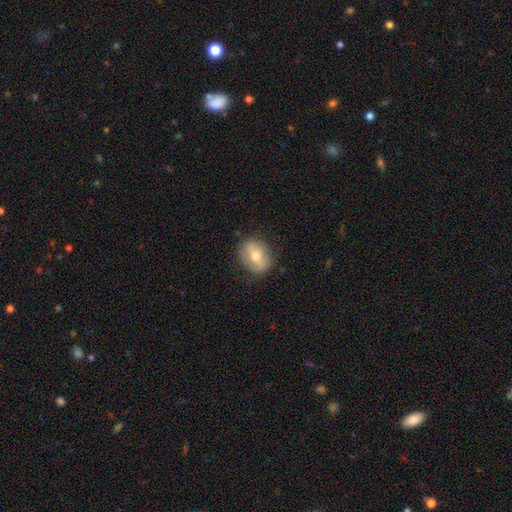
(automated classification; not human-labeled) Smooth or featured?
  - smooth: 47% *
  - featured or disk: 45%
  - star or artifact: 8%
Merging?
  - none: 80% *
  - minor disturbance: 14%
  - major disturbance: 4%
  - merger: 1%